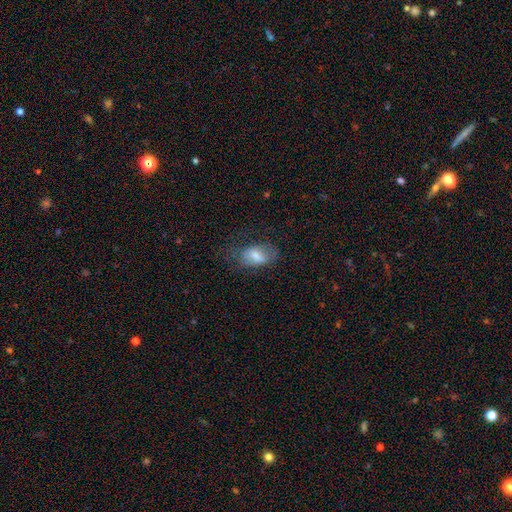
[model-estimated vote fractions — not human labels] This is likely a smooth galaxy (66%). How rounded: clearly in between (89%). Merging: possibly none (52%).